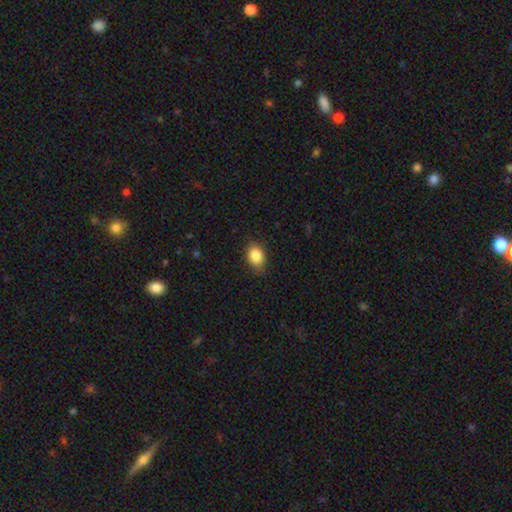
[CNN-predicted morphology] smooth 86%, star or artifact 8%, featured or disk 6%. Down the decision tree: how rounded — in between (76%); merging — none (82%).